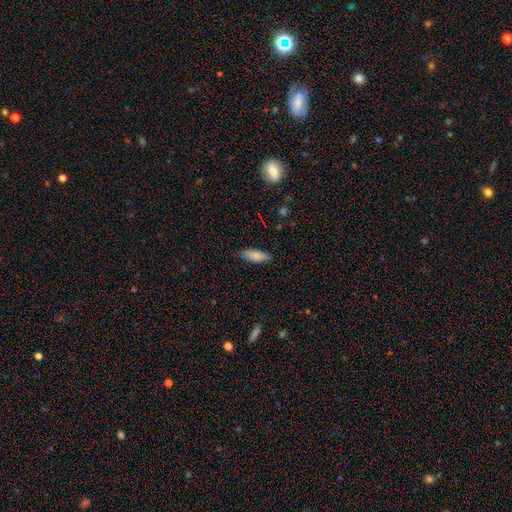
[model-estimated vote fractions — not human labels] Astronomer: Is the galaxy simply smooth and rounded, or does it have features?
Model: smooth — 84%.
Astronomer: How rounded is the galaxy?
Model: in between — 66%.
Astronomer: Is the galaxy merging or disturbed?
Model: none — 82%.